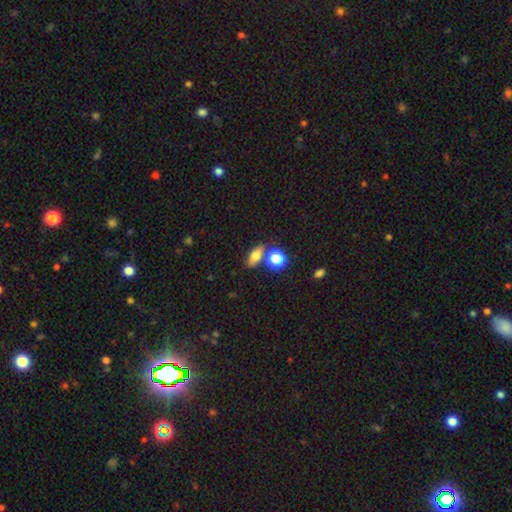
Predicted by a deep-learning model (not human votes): Smooth or featured? Predicted: smooth (p=0.72). How rounded? Predicted: in between (p=0.68). Merging? Predicted: none (p=0.68).